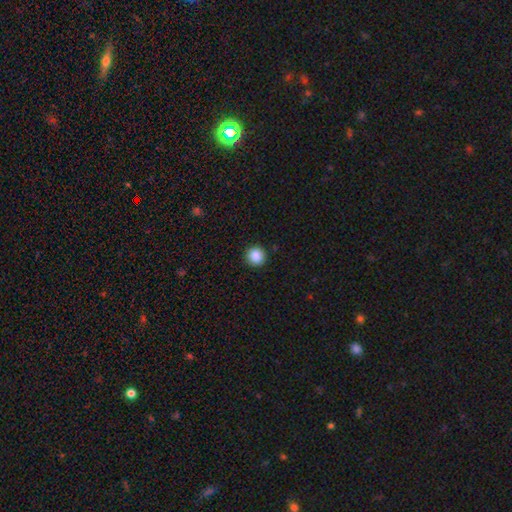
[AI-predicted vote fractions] Overall: smooth (88%). How rounded: round (93%). Merging: none (91%).